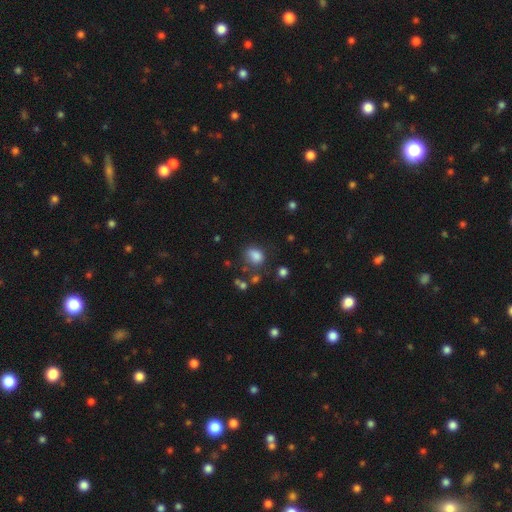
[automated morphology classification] This appears to be a smooth galaxy with no disk features (82%) that is in between round and cigar-shaped (58%). Merging: none (63%).